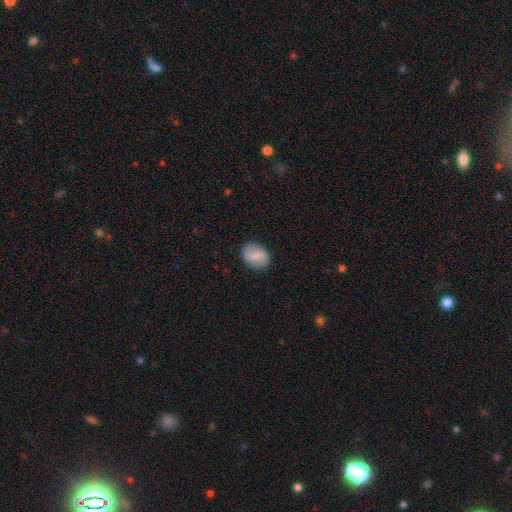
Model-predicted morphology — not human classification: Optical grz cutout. It shows a smooth galaxy with no disk features (71%) that is in between round and cigar-shaped (59%). Merging: none (84%).